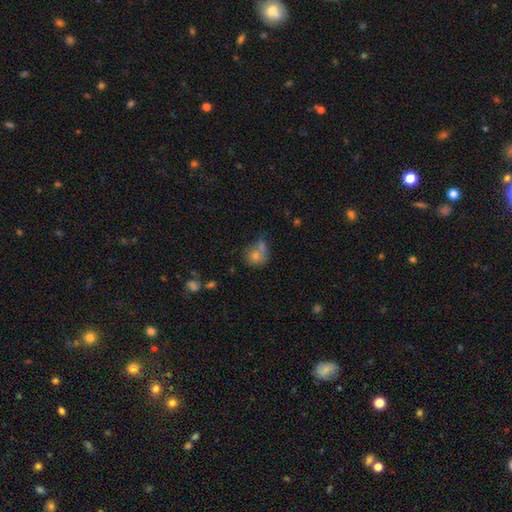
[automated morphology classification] Q: Smooth or featured?
A: smooth (71%); runner-up: featured or disk (16%)
Q: How rounded?
A: round (75%); runner-up: in between (24%)
Q: Merging?
A: none (40%); runner-up: merger (38%)